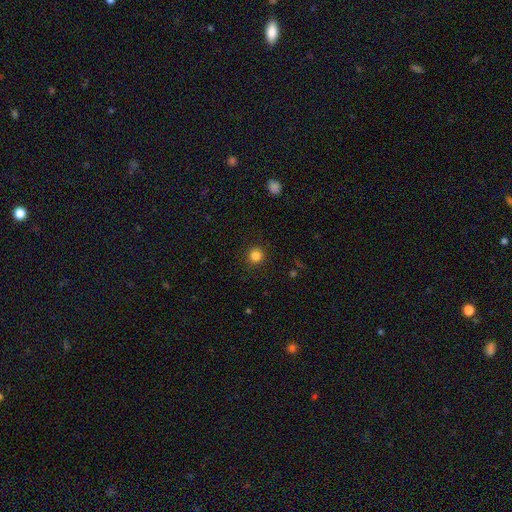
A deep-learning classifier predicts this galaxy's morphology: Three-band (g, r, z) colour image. It shows a smooth galaxy with no disk features (84%) that is round (94%). Merging: none (91%).